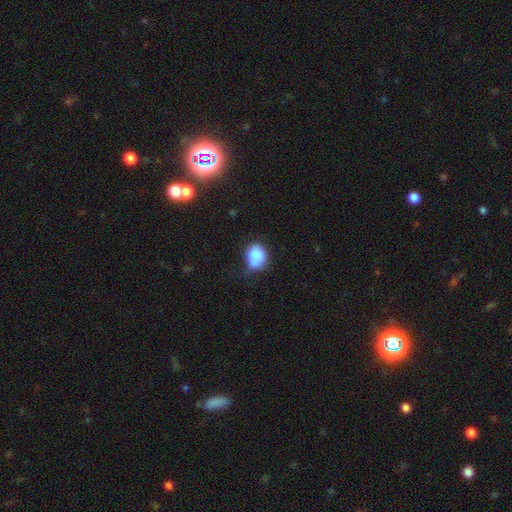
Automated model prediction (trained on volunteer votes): Morphology: type=smooth (80%); roundness=round (56%); merging=none (41%).